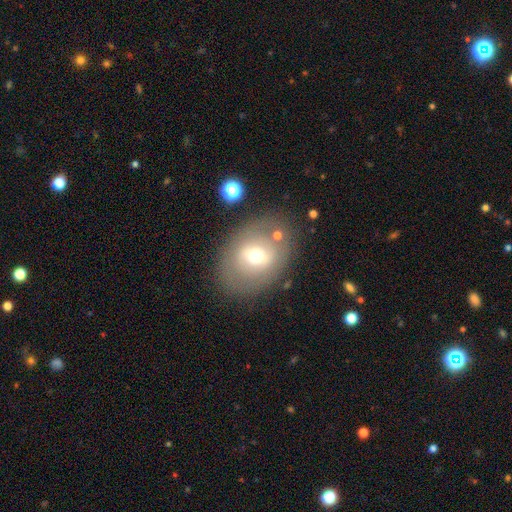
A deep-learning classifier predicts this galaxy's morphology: Smooth or featured: smooth — 53% (featured or disk — 37%)
How rounded: in between — 68% (round — 31%)
Merging: none — 77% (minor disturbance — 13%)